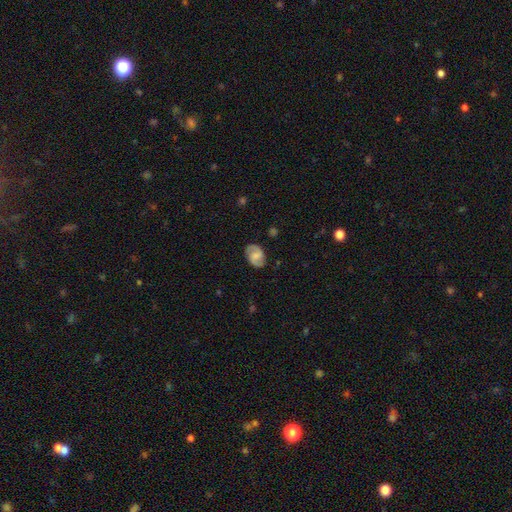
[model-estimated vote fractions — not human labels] Smooth or featured: featured or disk — 64% (smooth — 29%)
Edge-on disk: no — 97% (yes — 3%)
Bar: weak — 48% (no — 40%)
Spiral arms: yes — 92% (no — 8%)
Spiral winding: medium — 50% (tight — 28%)
Spiral arm count: 2 — 90% (can't tell — 6%)
Bulge size: small — 33% (moderate — 30%)
Merging: none — 81% (minor disturbance — 14%)